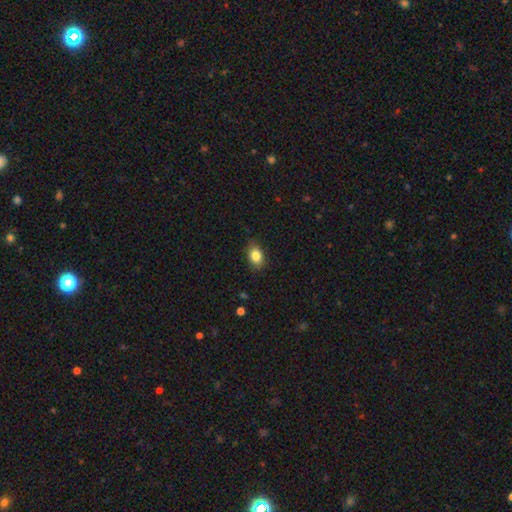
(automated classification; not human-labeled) The model was most divided on "how rounded": in between: 75%, round: 23%, cigar-shaped: 2%. More confident: smooth or featured — smooth (84%); merging — none (82%).